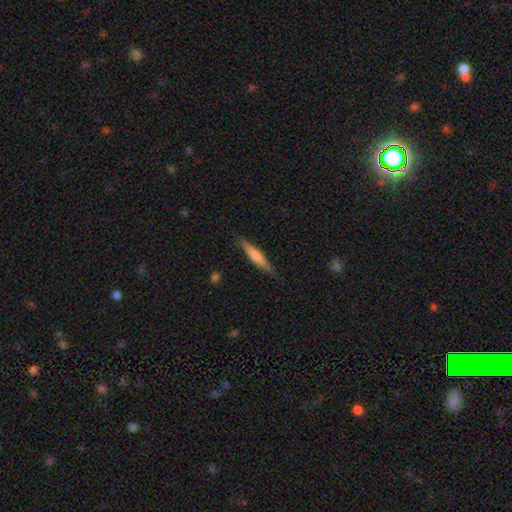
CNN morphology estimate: This is possibly a smooth galaxy (51%). How rounded: clearly cigar-shaped (92%). Merging: clearly none (84%).